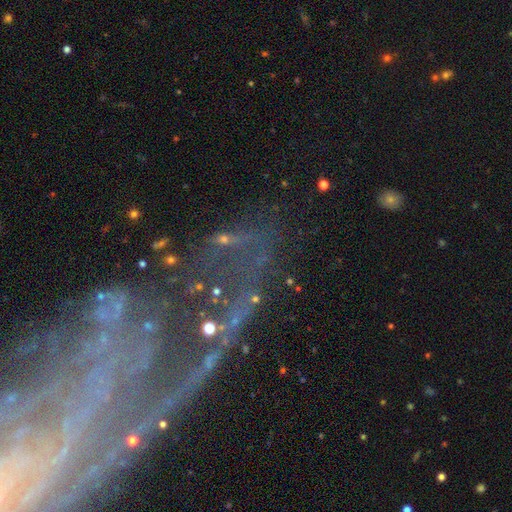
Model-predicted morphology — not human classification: Smooth or featured?
  - featured or disk: 63% *
  - star or artifact: 24%
  - smooth: 13%
Edge-on disk?
  - no: 90% *
  - yes: 10%
Bar?
  - no: 53% *
  - weak: 25%
  - strong: 22%
Spiral arms?
  - yes: 71% *
  - no: 29%
Bulge size?
  - small: 45% *
  - none: 25%
  - moderate: 20%
  - large: 6%
  - dominant: 4%
Merging?
  - none: 51% *
  - major disturbance: 25%
  - minor disturbance: 15%
  - merger: 8%